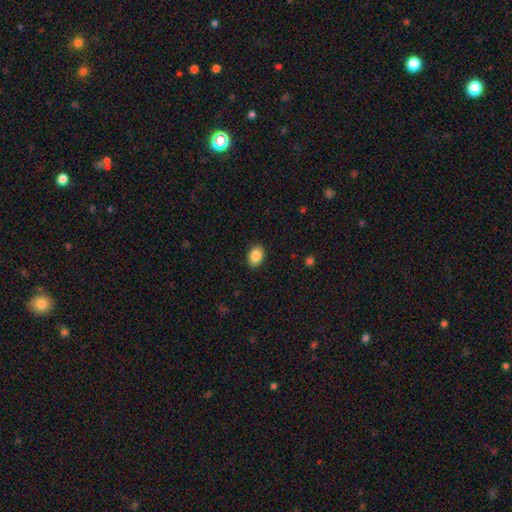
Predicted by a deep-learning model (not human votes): A smooth galaxy with no disk features (86%) that is in between round and cigar-shaped (77%).

Vote fractions:
- Smooth or featured? smooth: 86% / star or artifact: 8% / featured or disk: 6%
- How rounded? in between: 77% / round: 23% / cigar-shaped: 1%
- Merging? none: 89% / minor disturbance: 8% / major disturbance: 2% / merger: 1%